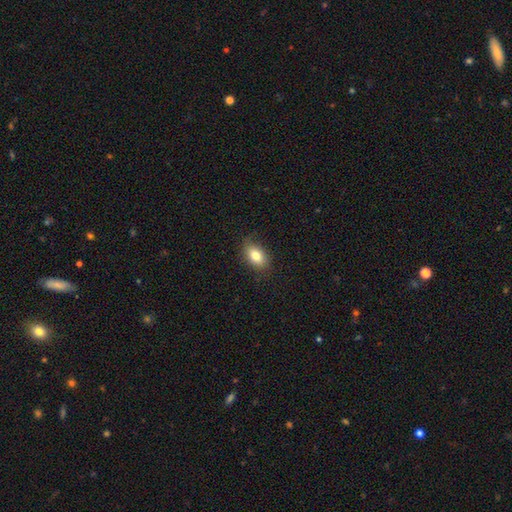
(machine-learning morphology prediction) Q: Smooth or featured?
A: smooth (80%); runner-up: featured or disk (11%)
Q: How rounded?
A: in between (86%); runner-up: round (12%)
Q: Merging?
A: none (81%); runner-up: minor disturbance (14%)